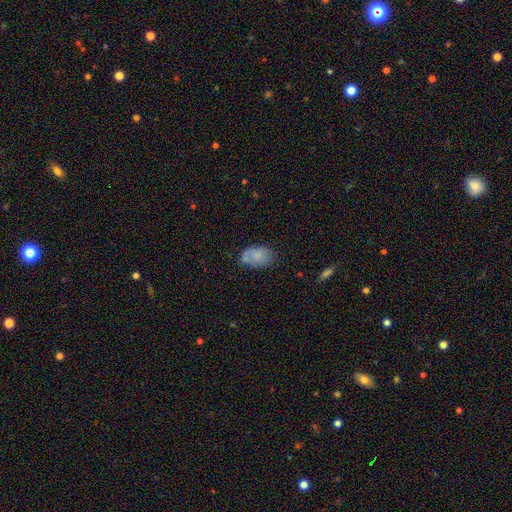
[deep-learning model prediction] A smooth galaxy with no disk features (75%) that is in between round and cigar-shaped (90%).

Vote fractions:
- Smooth or featured? smooth: 75% / featured or disk: 16% / star or artifact: 9%
- How rounded? in between: 90% / round: 9% / cigar-shaped: 2%
- Merging? none: 59% / minor disturbance: 25% / merger: 9% / major disturbance: 8%